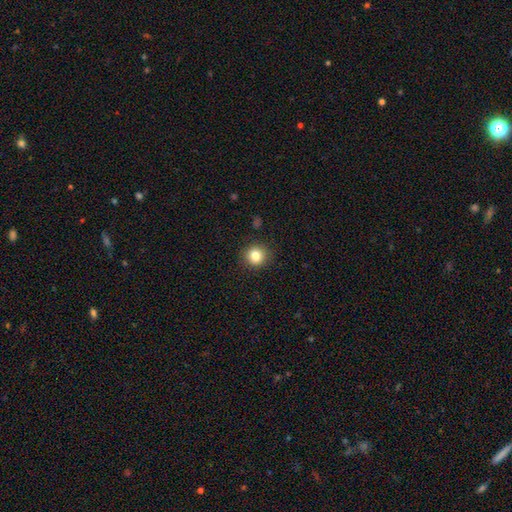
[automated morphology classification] This is clearly a smooth galaxy (83%). How rounded: clearly round (90%). Merging: clearly none (90%).